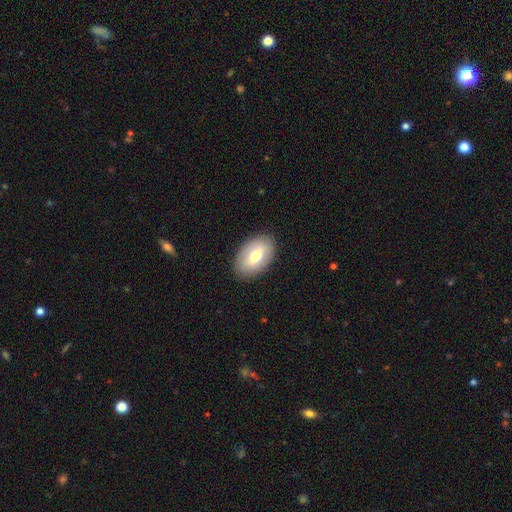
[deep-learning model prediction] Smooth or featured: smooth — 64% (featured or disk — 29%)
How rounded: in between — 92% (round — 6%)
Merging: none — 88% (minor disturbance — 9%)